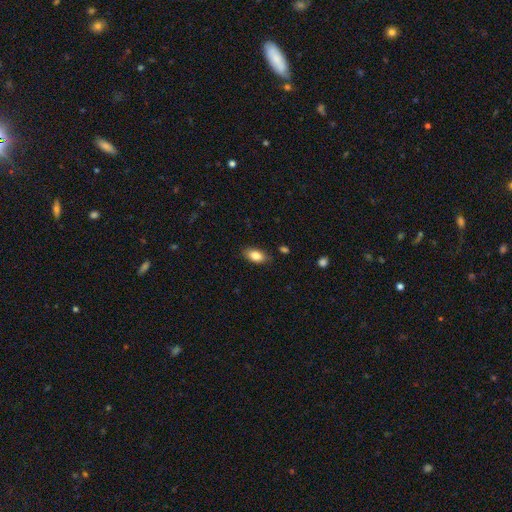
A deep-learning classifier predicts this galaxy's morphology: smooth_or_featured: smooth (p=0.84) [alt: featured or disk p=0.09]
how_rounded: in between (p=0.90) [alt: round p=0.06]
merging: none (p=0.82) [alt: minor disturbance p=0.13]